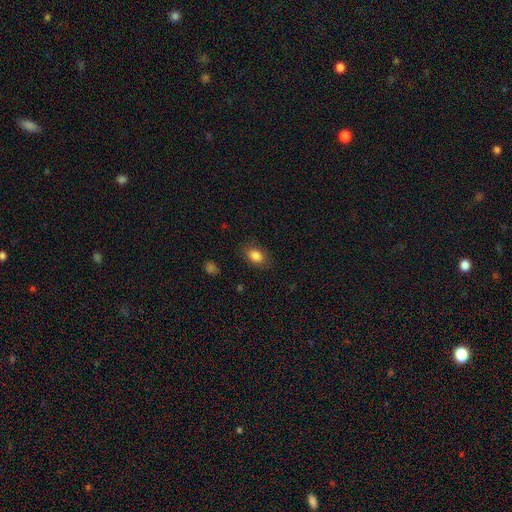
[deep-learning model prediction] smooth-or-featured: smooth: 85% | star or artifact: 9% | featured or disk: 6%
  how-rounded: in between: 80% | round: 18% | cigar-shaped: 2%
  merging: none: 84% | minor disturbance: 12% | major disturbance: 3% | merger: 1%